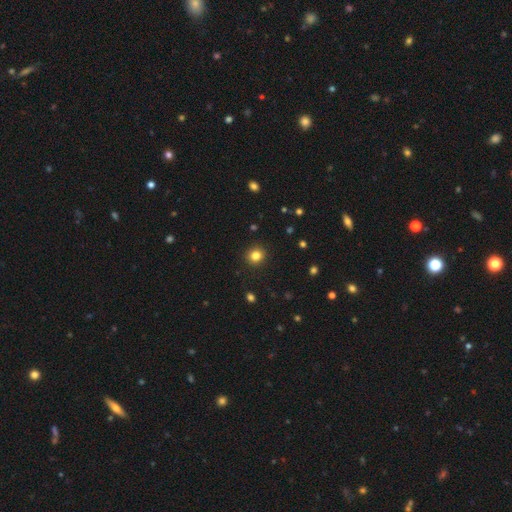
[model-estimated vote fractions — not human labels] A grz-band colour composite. It shows a smooth galaxy with no disk features (82%) that is round (90%). Merging: none (92%).